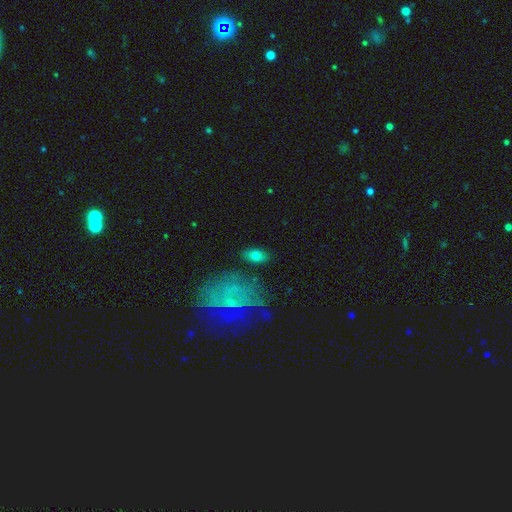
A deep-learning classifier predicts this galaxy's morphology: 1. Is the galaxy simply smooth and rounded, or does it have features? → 75% smooth, 16% featured or disk, 8% star or artifact.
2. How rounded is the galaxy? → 90% in between, 7% round, 3% cigar-shaped.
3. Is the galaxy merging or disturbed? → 79% none, 13% minor disturbance, 4% major disturbance, 4% merger.